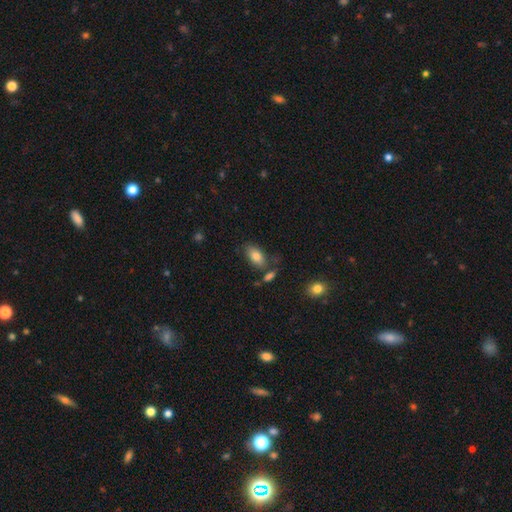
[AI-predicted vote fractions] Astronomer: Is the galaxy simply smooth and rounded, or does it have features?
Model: smooth — 81%.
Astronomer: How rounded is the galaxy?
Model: in between — 91%.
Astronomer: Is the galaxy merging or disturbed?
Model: none — 69%.